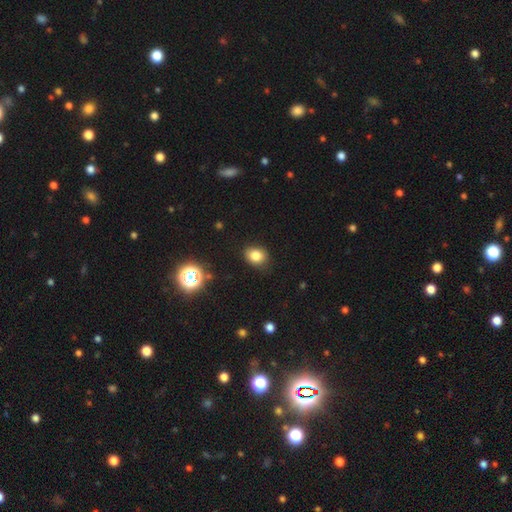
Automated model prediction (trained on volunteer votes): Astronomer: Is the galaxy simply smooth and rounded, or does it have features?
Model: smooth — 81%.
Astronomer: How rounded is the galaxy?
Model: in between — 50% (runner-up: round, 49%).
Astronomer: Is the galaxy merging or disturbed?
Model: none — 84%.